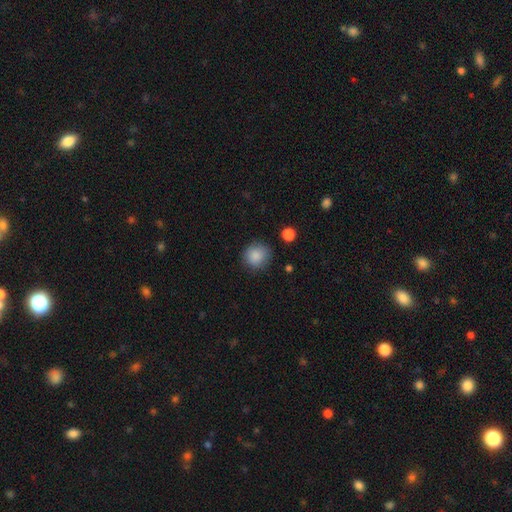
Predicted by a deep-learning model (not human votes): A smooth galaxy with no disk features (87%) that is round (88%).

Vote fractions:
- Smooth or featured? smooth: 87% / star or artifact: 8% / featured or disk: 4%
- How rounded? round: 88% / in between: 11% / cigar-shaped: 1%
- Merging? none: 85% / minor disturbance: 11% / major disturbance: 3% / merger: 2%